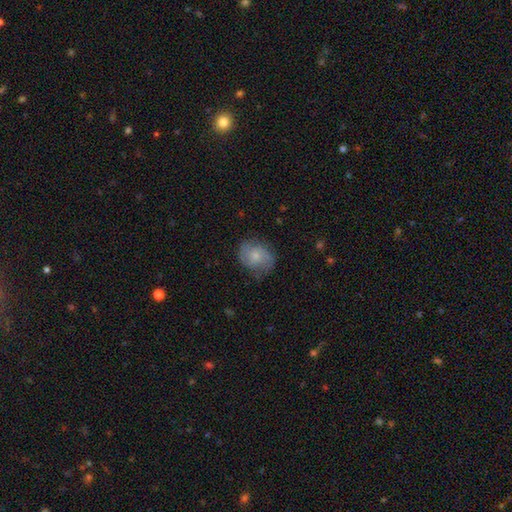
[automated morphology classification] Smooth or featured?
  - smooth: 59% *
  - featured or disk: 34%
  - star or artifact: 7%
How rounded?
  - round: 58% *
  - in between: 41%
  - cigar-shaped: 1%
Merging?
  - none: 67% *
  - minor disturbance: 24%
  - major disturbance: 8%
  - merger: 1%